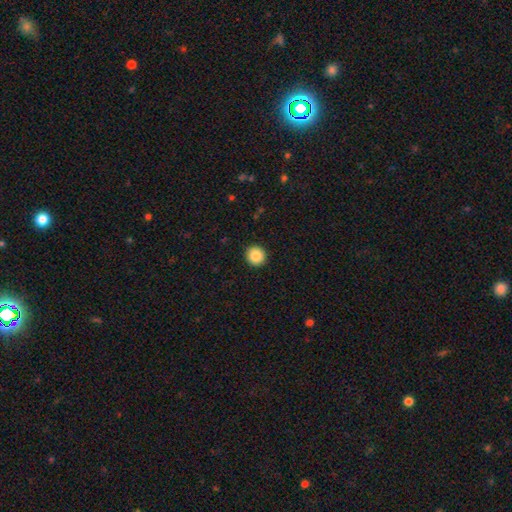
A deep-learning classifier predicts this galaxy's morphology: type=smooth (88%); roundness=round (94%); merging=none (93%).